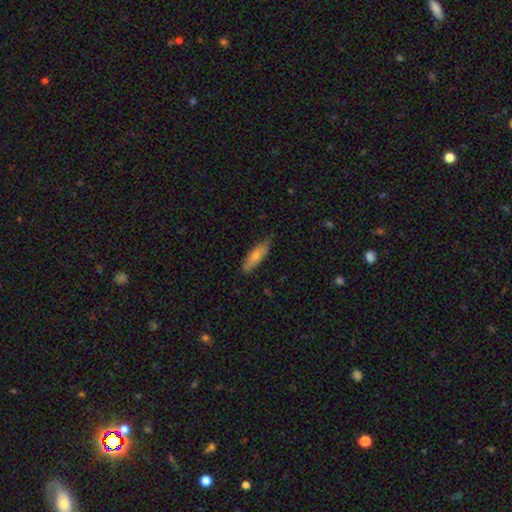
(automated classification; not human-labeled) Overall: smooth (74%). How rounded: cigar-shaped (51%; in between 47%). Merging: none (79%).